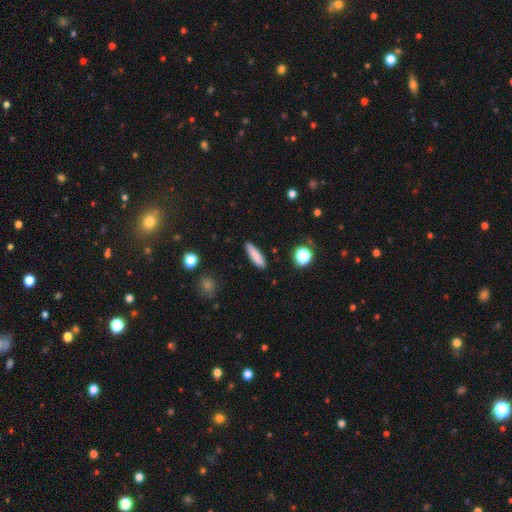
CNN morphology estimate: type=smooth (83%); roundness=cigar-shaped (71%); merging=none (88%).